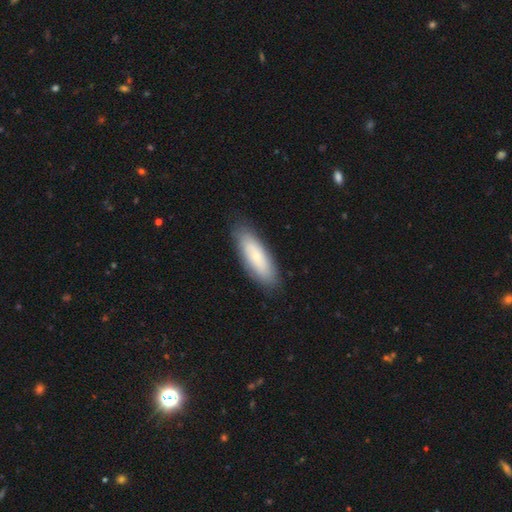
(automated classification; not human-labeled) smooth 73%, featured or disk 21%, star or artifact 6%. Down the decision tree: how rounded — in between (56%); merging — none (85%).